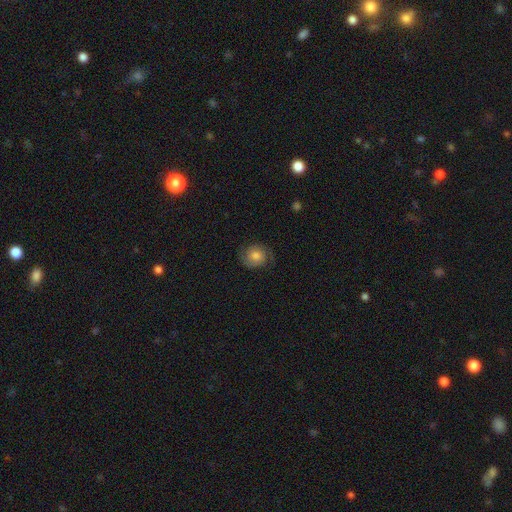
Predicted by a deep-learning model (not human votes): Smooth or featured? Predicted: smooth (p=0.50). Merging? Predicted: none (p=0.74).